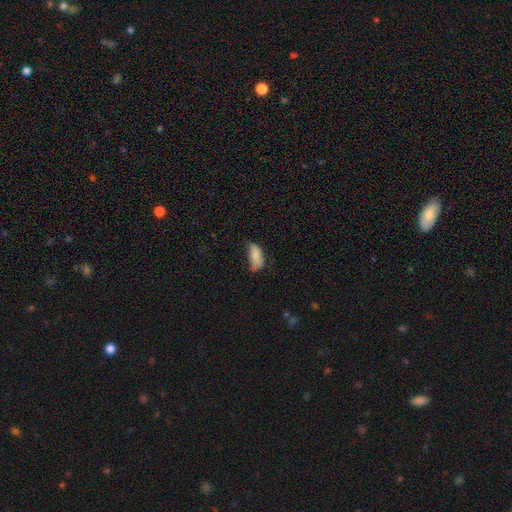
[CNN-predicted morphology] Q: Smooth or featured?
A: smooth (81%); runner-up: featured or disk (12%)
Q: How rounded?
A: in between (89%); runner-up: cigar-shaped (9%)
Q: Merging?
A: minor disturbance (43%); runner-up: none (37%)